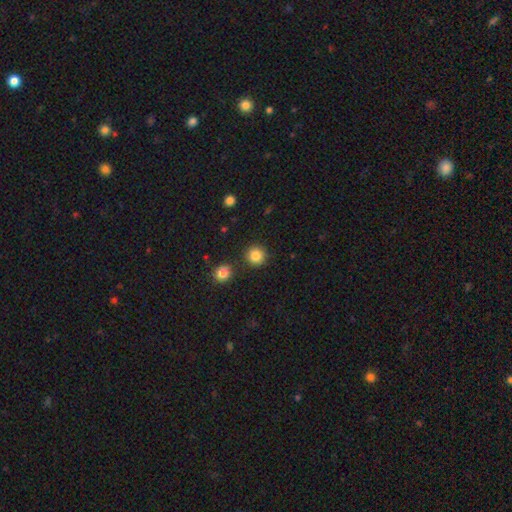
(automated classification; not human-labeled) Overall: smooth (86%). How rounded: round (93%). Merging: none (88%).